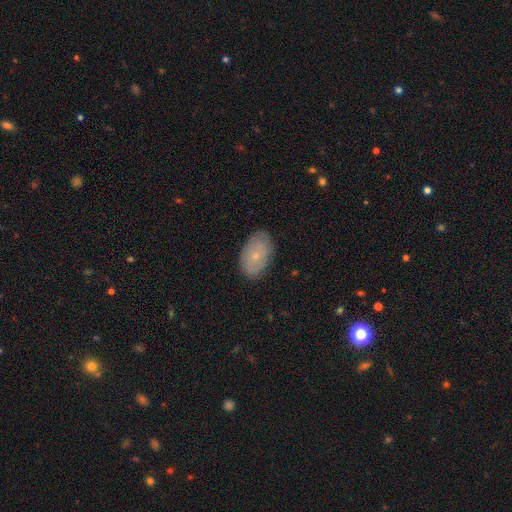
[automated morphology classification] smooth_or_featured: smooth (p=0.64) [alt: featured or disk p=0.28]
how_rounded: in between (p=0.92) [alt: round p=0.07]
merging: none (p=0.84) [alt: minor disturbance p=0.12]